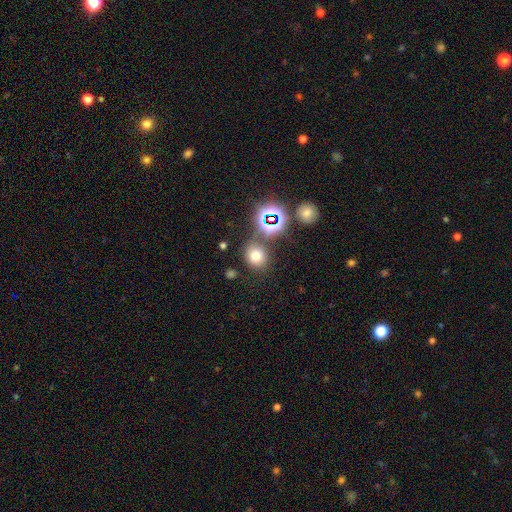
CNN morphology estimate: smooth-or-featured: smooth: 68% | star or artifact: 23% | featured or disk: 9%
  how-rounded: round: 78% | in between: 21% | cigar-shaped: 1%
  merging: none: 73% | minor disturbance: 12% | merger: 11% | major disturbance: 5%